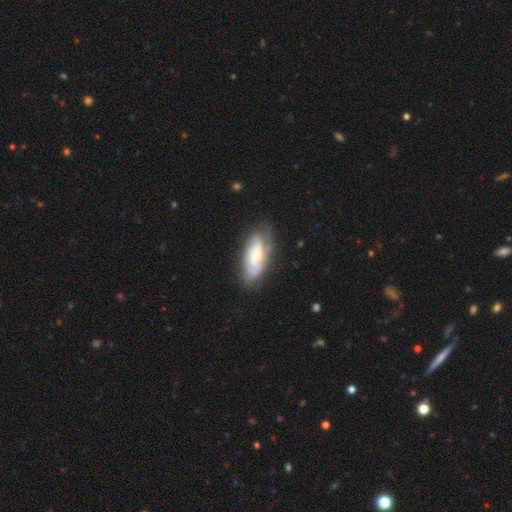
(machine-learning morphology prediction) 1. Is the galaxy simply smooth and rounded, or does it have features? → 55% featured or disk, 38% smooth, 6% star or artifact.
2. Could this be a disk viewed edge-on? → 87% no, 13% yes.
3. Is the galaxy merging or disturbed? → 65% none, 24% minor disturbance, 8% major disturbance, 3% merger.